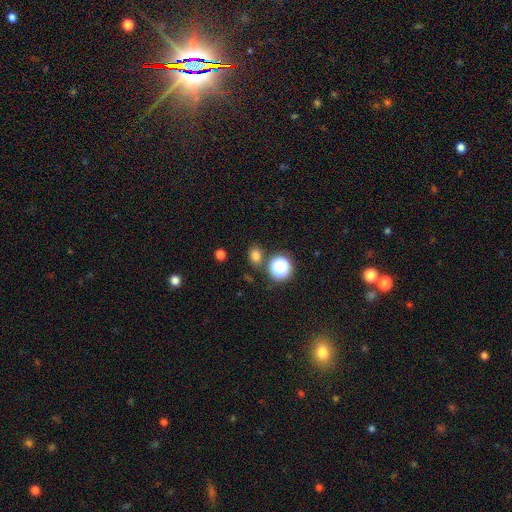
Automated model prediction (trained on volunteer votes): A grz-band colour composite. It shows a smooth galaxy with no disk features (74%) that is round (56%). Merging: none (81%).